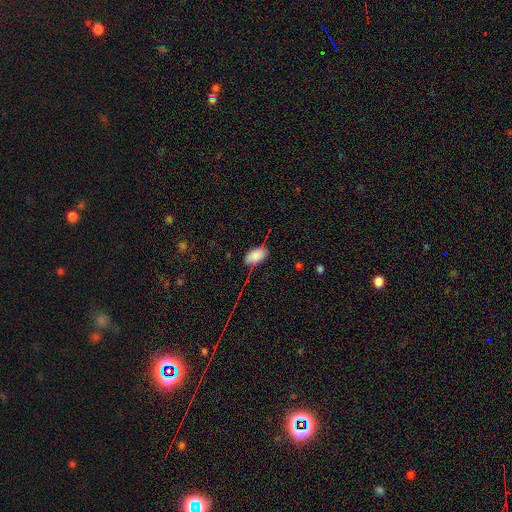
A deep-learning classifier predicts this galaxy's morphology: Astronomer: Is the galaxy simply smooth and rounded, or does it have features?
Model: smooth — 84%.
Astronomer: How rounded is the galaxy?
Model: in between — 94%.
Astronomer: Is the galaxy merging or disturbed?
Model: none — 64%.